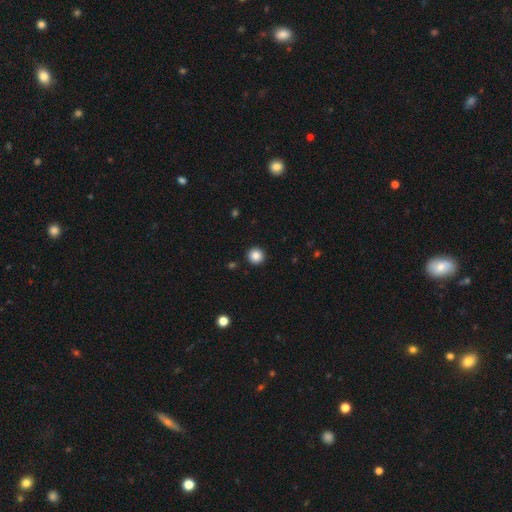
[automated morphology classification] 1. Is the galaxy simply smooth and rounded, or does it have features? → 86% smooth, 10% star or artifact, 4% featured or disk.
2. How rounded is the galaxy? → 96% round, 3% in between, 1% cigar-shaped.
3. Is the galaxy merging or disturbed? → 93% none, 4% minor disturbance, 1% major disturbance, 1% merger.